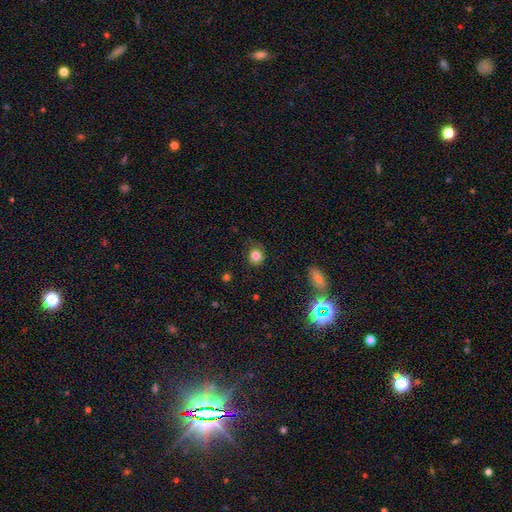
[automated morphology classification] Smooth or featured? smooth (81%)
How rounded? round (83%)
Merging? none (84%)